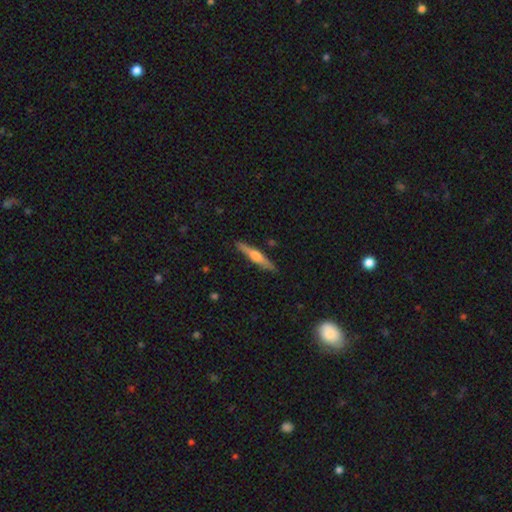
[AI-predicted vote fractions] smooth_or_featured: featured or disk (p=0.57) [alt: smooth p=0.37]
disk_edge_on: yes (p=0.97) [alt: no p=0.03]
edge_on_bulge: rounded (p=0.84) [alt: boxy p=0.09]
merging: none (p=0.89) [alt: minor disturbance p=0.08]